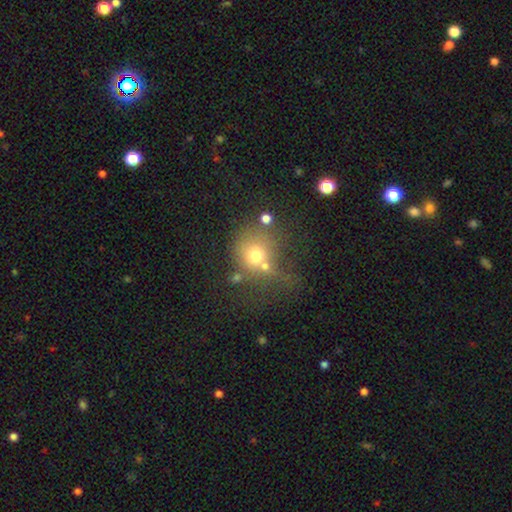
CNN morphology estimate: Overall: smooth (66%). How rounded: round (85%). Merging: none (41%; merger 29%).